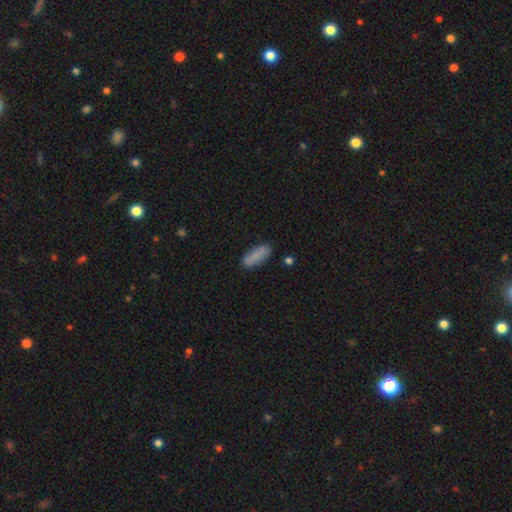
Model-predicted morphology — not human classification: smooth-or-featured: smooth: 83% | featured or disk: 10% | star or artifact: 7%
  how-rounded: in between: 60% | cigar-shaped: 38% | round: 2%
  merging: none: 79% | minor disturbance: 14% | merger: 3% | major disturbance: 3%